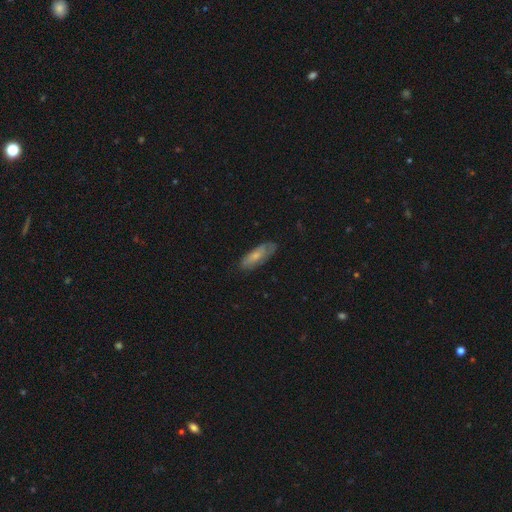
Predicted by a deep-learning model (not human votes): smooth-or-featured: smooth: 65% | featured or disk: 28% | star or artifact: 6%
  how-rounded: in between: 61% | cigar-shaped: 37% | round: 2%
  merging: none: 73% | minor disturbance: 21% | major disturbance: 5% | merger: 1%